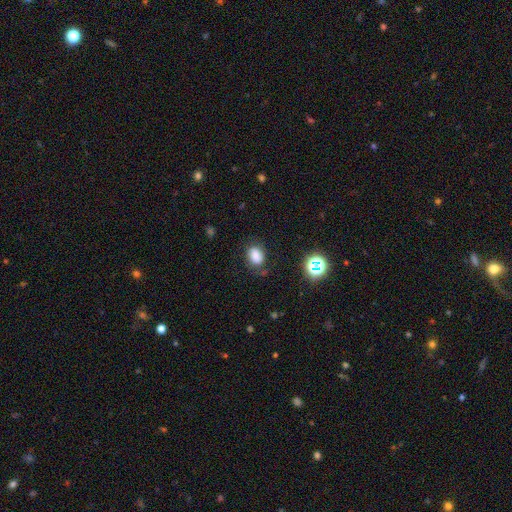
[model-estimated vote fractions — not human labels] This appears to be a smooth galaxy with no disk features (79%) that is in between round and cigar-shaped (71%). Merging: none (71%).